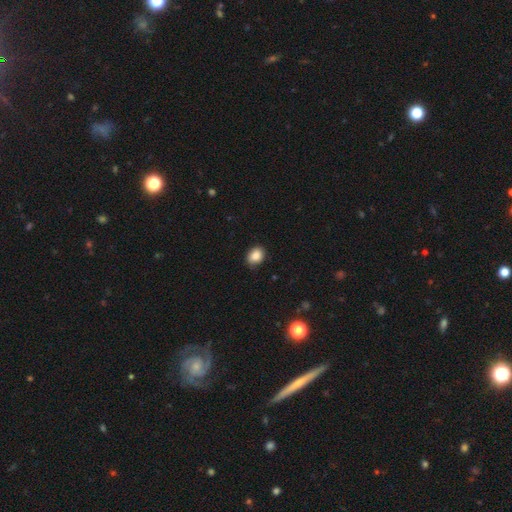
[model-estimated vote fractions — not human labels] smooth_or_featured: smooth (p=0.86) [alt: star or artifact p=0.09]
how_rounded: in between (p=0.56) [alt: round p=0.43]
merging: none (p=0.82) [alt: minor disturbance p=0.15]